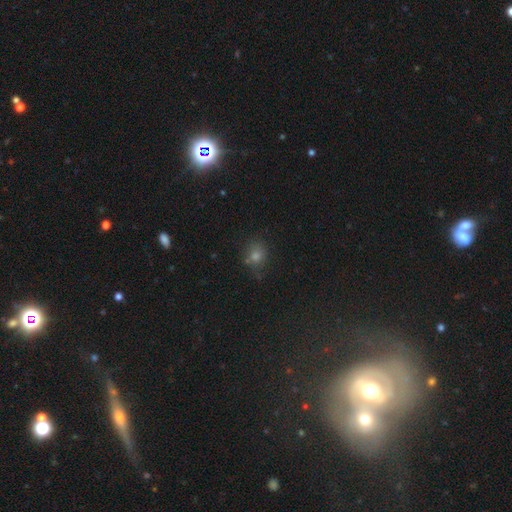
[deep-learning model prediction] smooth-or-featured: smooth: 73% | star or artifact: 18% | featured or disk: 9%
  how-rounded: round: 67% | in between: 31% | cigar-shaped: 1%
  merging: none: 65% | minor disturbance: 20% | merger: 8% | major disturbance: 7%